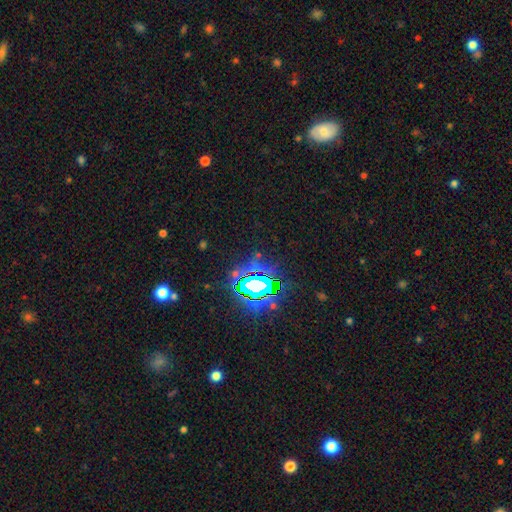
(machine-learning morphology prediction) Smooth or featured? Predicted: star or artifact (p=0.80).